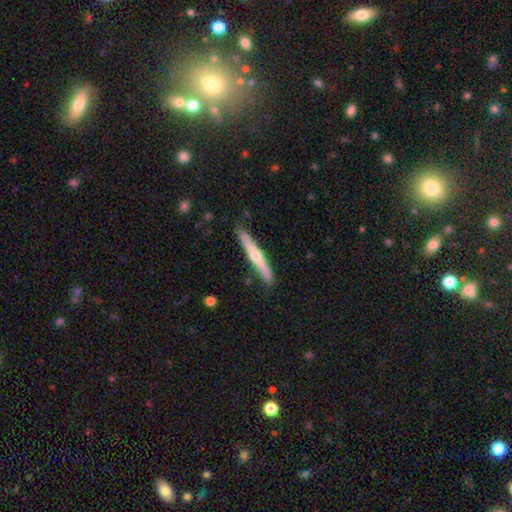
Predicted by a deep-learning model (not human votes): This appears to be a featured or disk galaxy (58%) viewed edge-on (96%) with a rounded central bulge (83%). Merging: none (88%).